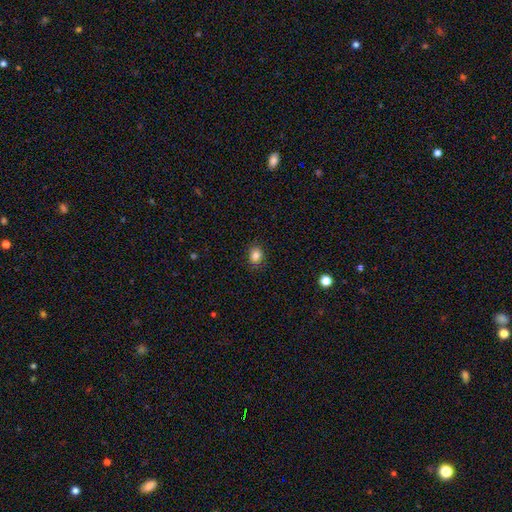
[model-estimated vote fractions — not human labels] Smooth or featured?
  - smooth: 82% *
  - star or artifact: 12%
  - featured or disk: 6%
How rounded?
  - round: 58% *
  - in between: 41%
  - cigar-shaped: 1%
Merging?
  - none: 85% *
  - minor disturbance: 11%
  - major disturbance: 3%
  - merger: 1%